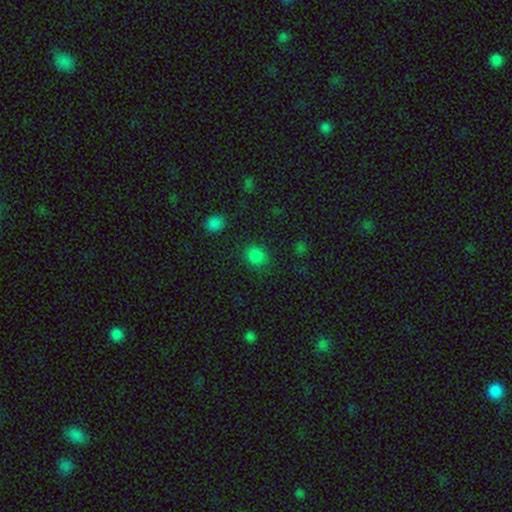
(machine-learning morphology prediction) Smooth or featured? Predicted: smooth (p=0.81). How rounded? Predicted: round (p=0.71). Merging? Predicted: none (p=0.83).